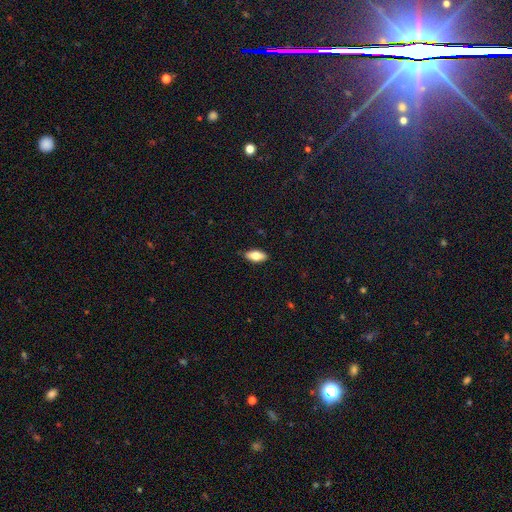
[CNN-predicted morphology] smooth 76%, featured or disk 18%, star or artifact 6%. Down the decision tree: how rounded — in between (87%); merging — none (88%).